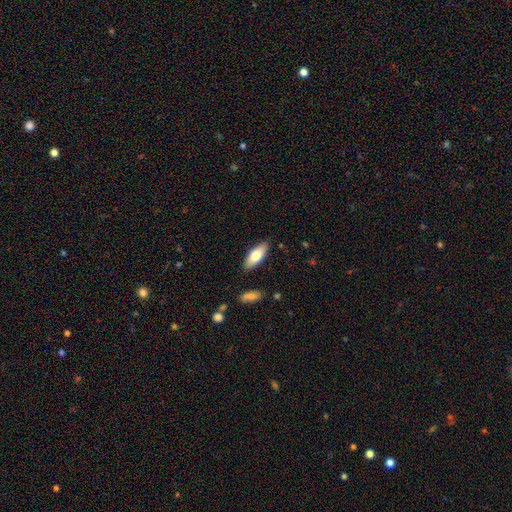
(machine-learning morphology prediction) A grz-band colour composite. It shows a smooth galaxy with no disk features (74%) that is in between round and cigar-shaped (76%). Merging: none (87%).